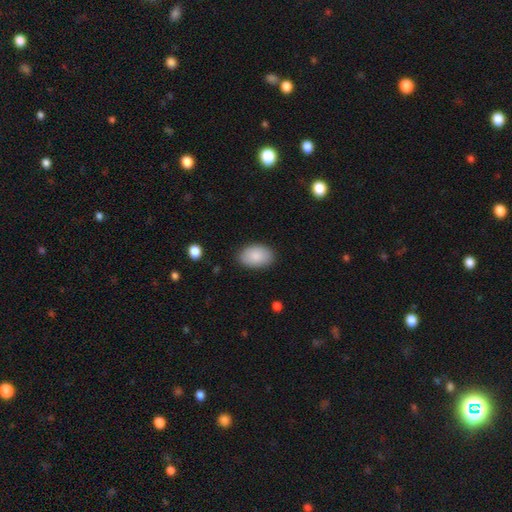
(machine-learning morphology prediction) This is clearly a smooth galaxy (88%). How rounded: clearly in between (90%). Merging: clearly none (86%).